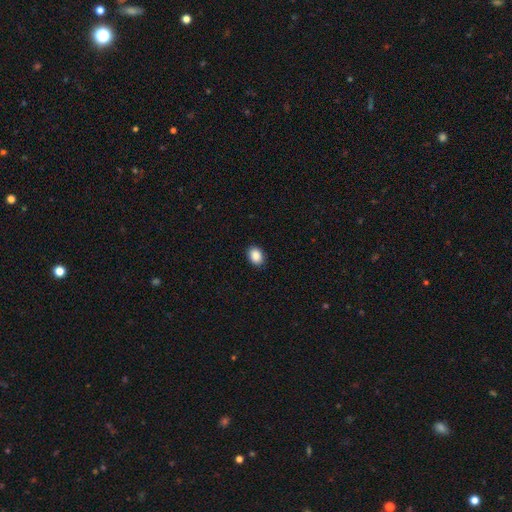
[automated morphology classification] Smooth or featured? smooth (89%)
How rounded? in between (70%)
Merging? none (89%)